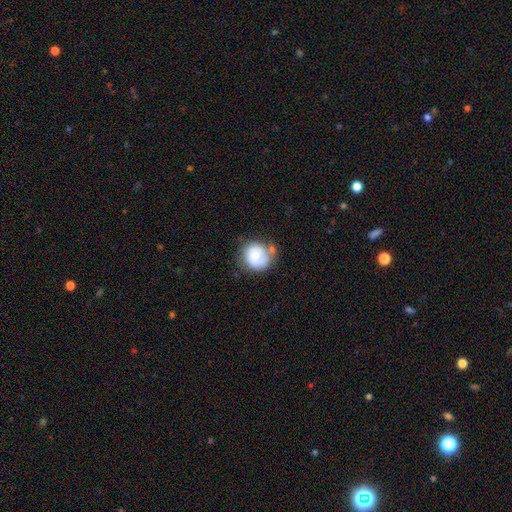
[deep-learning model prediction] This appears to be a smooth galaxy with no disk features (68%) that is round (84%). Merging: none (52%).